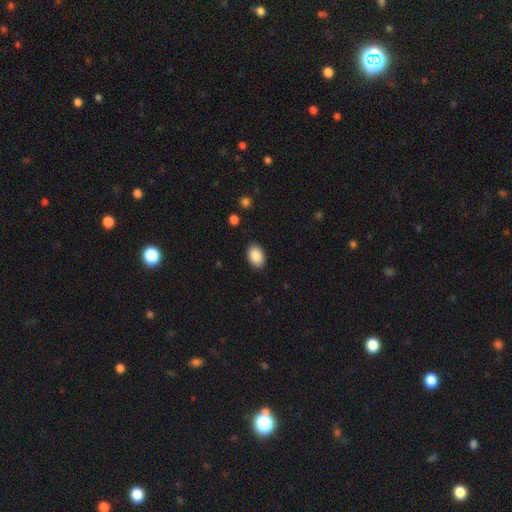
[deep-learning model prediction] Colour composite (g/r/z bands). It shows a smooth galaxy with no disk features (88%) that is in between round and cigar-shaped (83%). Merging: none (89%).